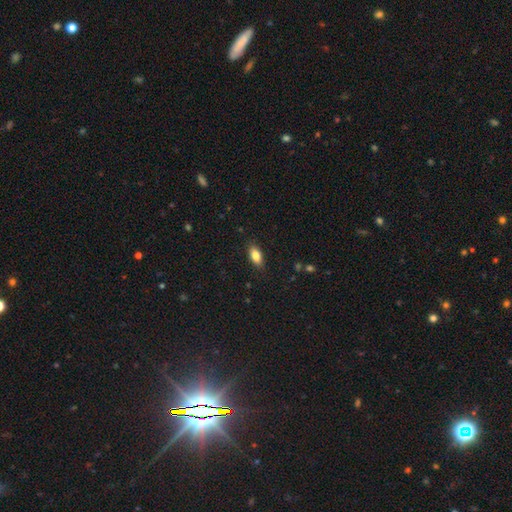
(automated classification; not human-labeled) Overall: smooth (82%). How rounded: in between (87%). Merging: none (87%).